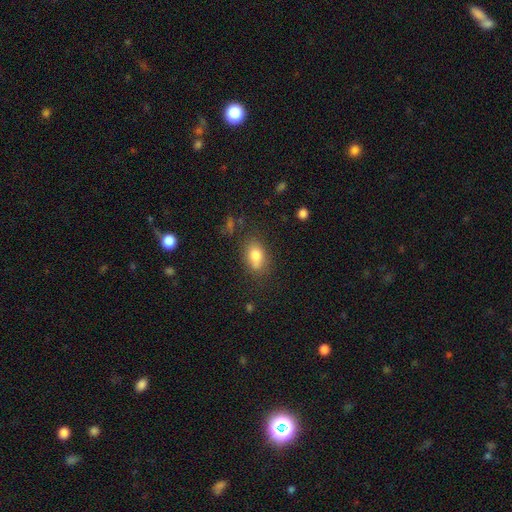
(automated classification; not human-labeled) This appears to be a smooth galaxy with no disk features (80%) that is in between round and cigar-shaped (81%). Merging: none (65%).